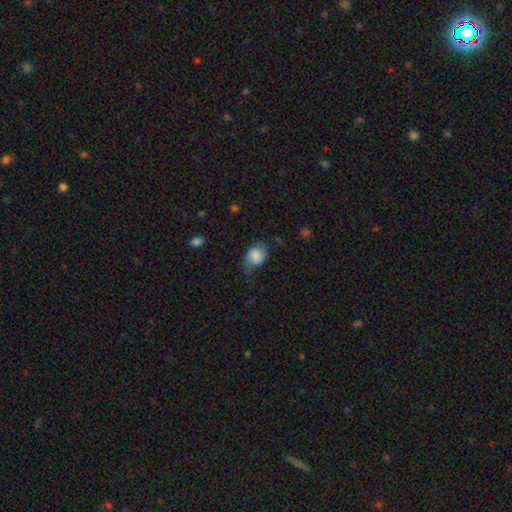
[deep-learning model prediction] Overall: smooth (71%). How rounded: in between (67%; round 32%). Merging: none (46%; minor disturbance 35%).